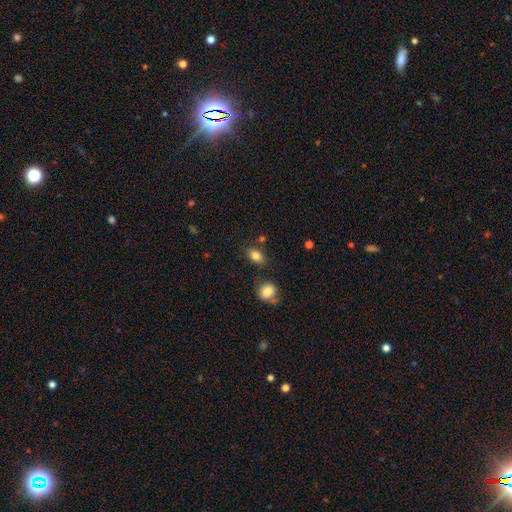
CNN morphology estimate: This appears to be a smooth galaxy with no disk features (84%) that is in between round and cigar-shaped (79%). Merging: none (78%).